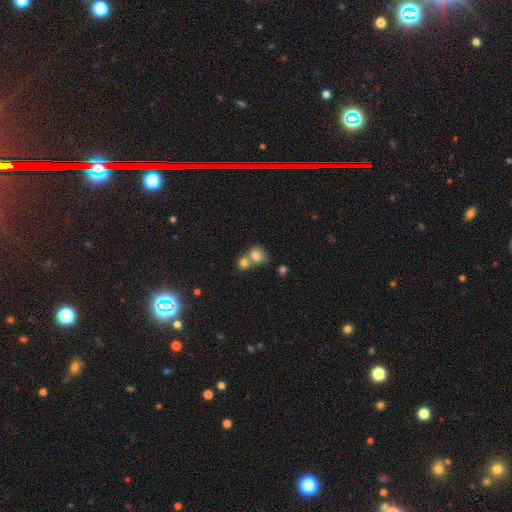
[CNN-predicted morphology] A smooth galaxy with no disk features (78%) that is round (61%).

Vote fractions:
- Smooth or featured? smooth: 78% / featured or disk: 12% / star or artifact: 10%
- How rounded? round: 61% / in between: 38% / cigar-shaped: 1%
- Merging? merger: 59% / none: 31% / minor disturbance: 7% / major disturbance: 3%